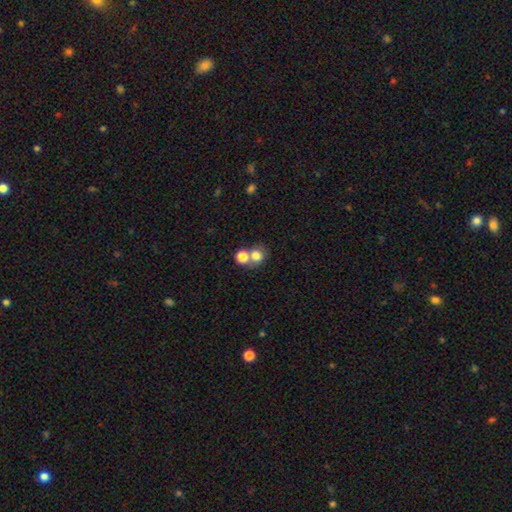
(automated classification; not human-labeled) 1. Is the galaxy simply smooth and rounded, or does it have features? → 77% smooth, 12% star or artifact, 11% featured or disk.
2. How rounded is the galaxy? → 78% round, 21% in between, 1% cigar-shaped.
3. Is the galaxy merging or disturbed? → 45% merger, 44% none, 7% minor disturbance, 3% major disturbance.